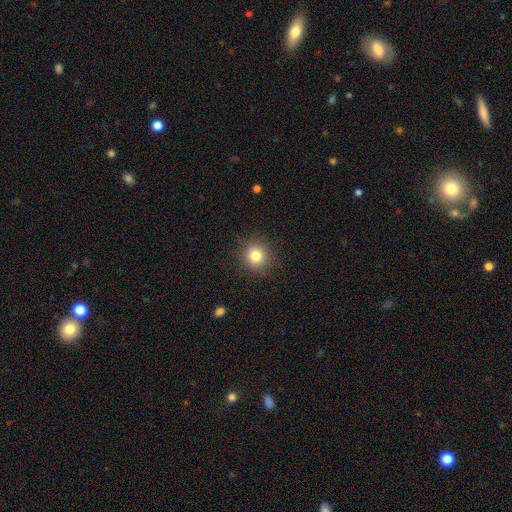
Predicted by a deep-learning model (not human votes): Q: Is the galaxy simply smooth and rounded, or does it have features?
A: smooth — 82%.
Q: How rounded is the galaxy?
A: round — 91%.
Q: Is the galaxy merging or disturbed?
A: none — 90%.